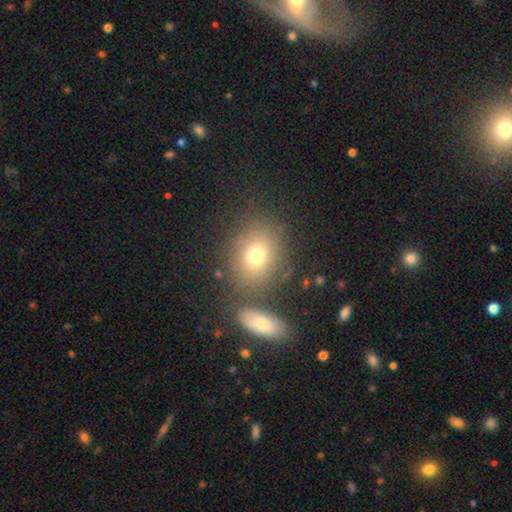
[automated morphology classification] A smooth galaxy with no disk features (73%) that is round (55%).

Vote fractions:
- Smooth or featured? smooth: 73% / featured or disk: 14% / star or artifact: 13%
- How rounded? round: 55% / in between: 44% / cigar-shaped: 1%
- Merging? none: 71% / merger: 13% / minor disturbance: 11% / major disturbance: 5%